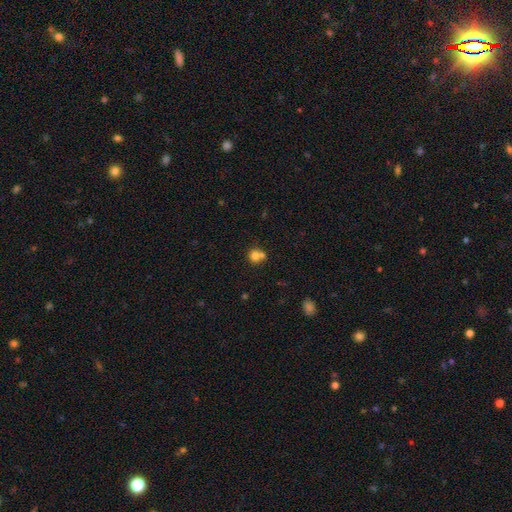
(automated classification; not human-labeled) smooth-or-featured: smooth: 75% | featured or disk: 14% | star or artifact: 12%
  how-rounded: round: 82% | in between: 17% | cigar-shaped: 1%
  merging: merger: 50% | none: 39% | minor disturbance: 8% | major disturbance: 3%